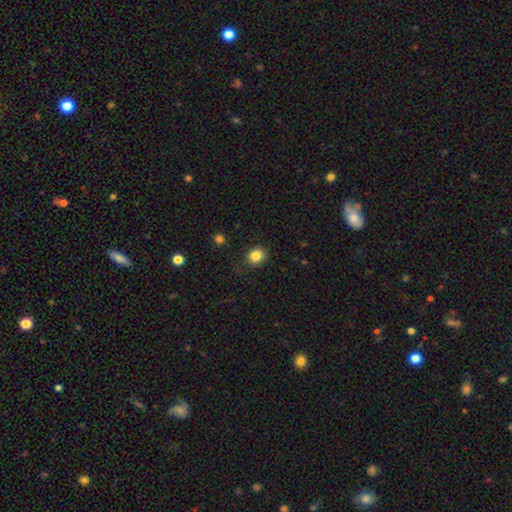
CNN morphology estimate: smooth 84%, star or artifact 11%, featured or disk 5%. Down the decision tree: how rounded — round (73%); merging — none (84%).